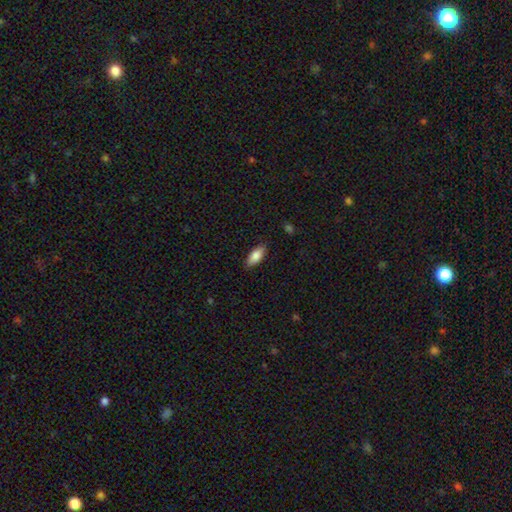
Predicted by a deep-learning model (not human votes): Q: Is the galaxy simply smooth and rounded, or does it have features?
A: smooth — 84%.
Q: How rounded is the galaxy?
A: in between — 84%.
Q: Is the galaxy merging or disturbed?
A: none — 86%.